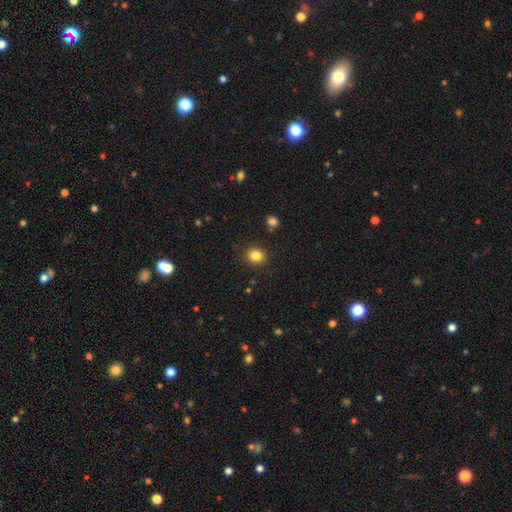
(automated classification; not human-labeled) Smooth or featured: smooth — 84% (star or artifact — 11%)
How rounded: round — 66% (in between — 33%)
Merging: none — 88% (minor disturbance — 8%)